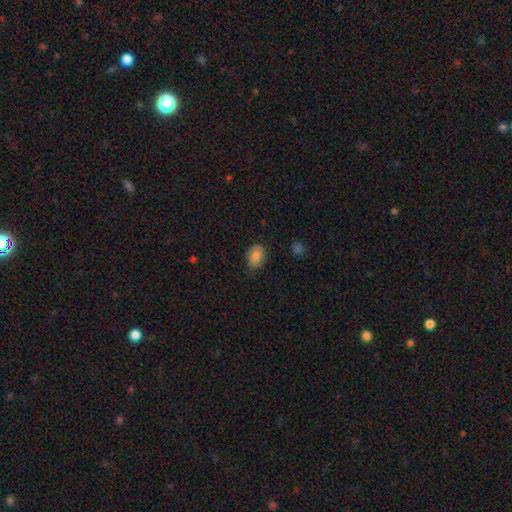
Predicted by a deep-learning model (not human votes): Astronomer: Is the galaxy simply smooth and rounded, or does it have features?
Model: smooth — 84%.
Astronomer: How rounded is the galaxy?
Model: in between — 79%.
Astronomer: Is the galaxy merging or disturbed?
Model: none — 82%.